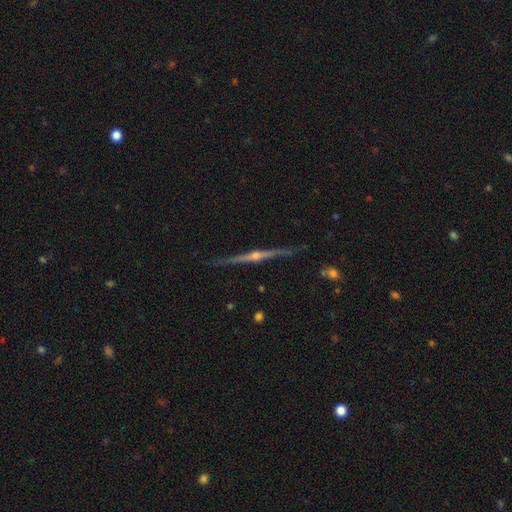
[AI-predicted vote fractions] A featured or disk galaxy (88%) viewed edge-on (98%) with a rounded central bulge (88%).

Vote fractions:
- Smooth or featured? featured or disk: 88% / smooth: 7% / star or artifact: 5%
- Edge-on disk? yes: 98% / no: 2%
- Edge-on bulge? rounded: 88% / none: 7% / boxy: 5%
- Merging? none: 90% / minor disturbance: 7% / major disturbance: 2% / merger: 1%